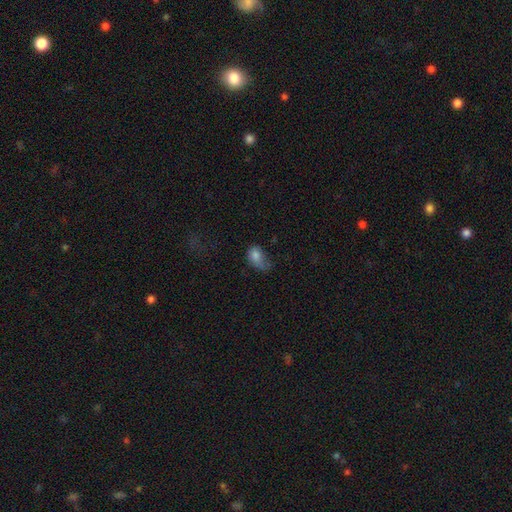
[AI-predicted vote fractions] smooth_or_featured: smooth (p=0.77) [alt: featured or disk p=0.13]
how_rounded: in between (p=0.81) [alt: round p=0.17]
merging: major disturbance (p=0.36) [alt: minor disturbance p=0.34]